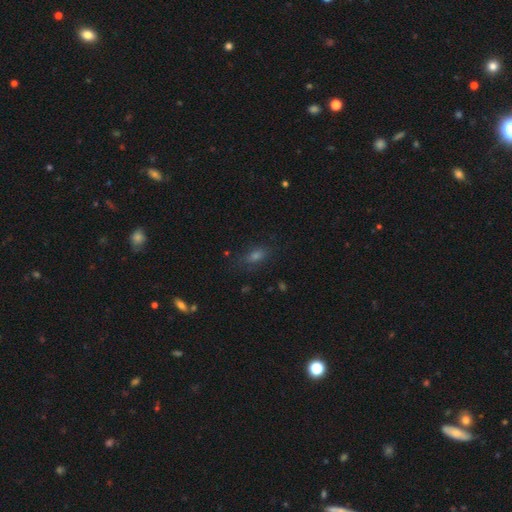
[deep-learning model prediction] smooth 57%, star or artifact 29%, featured or disk 14%. Down the decision tree: how rounded — in between (74%); merging — none (76%).